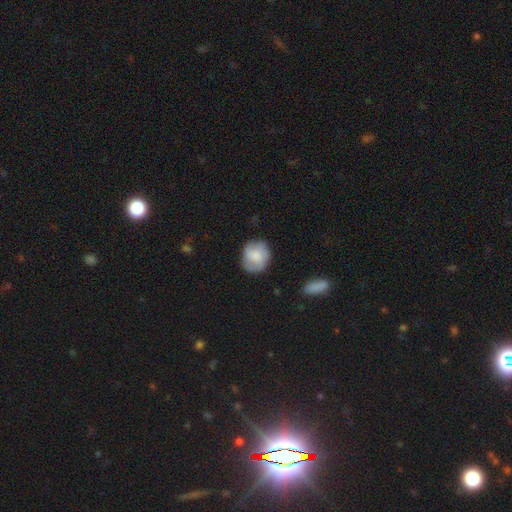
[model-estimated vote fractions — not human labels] Smooth or featured? smooth (59%)
How rounded? round (79%)
Merging? none (75%)